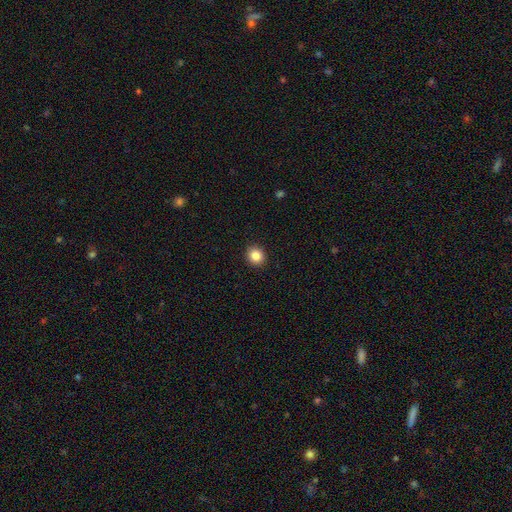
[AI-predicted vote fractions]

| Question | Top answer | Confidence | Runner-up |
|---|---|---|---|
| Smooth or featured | smooth | 85% | star or artifact (10%) |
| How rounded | round | 83% | in between (17%) |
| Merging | none | 93% | minor disturbance (5%) |